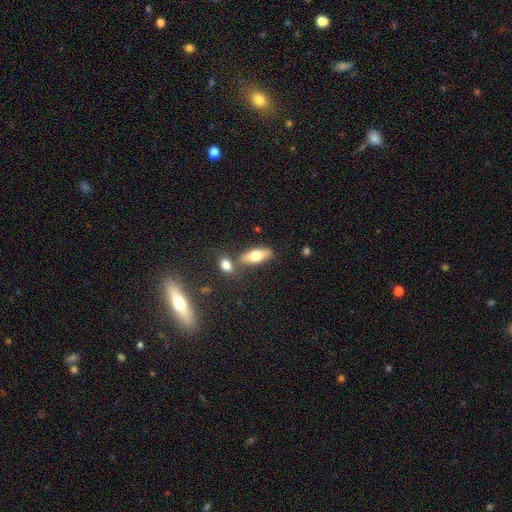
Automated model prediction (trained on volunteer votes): Smooth or featured? smooth (67%)
How rounded? in between (77%)
Merging? none (64%)